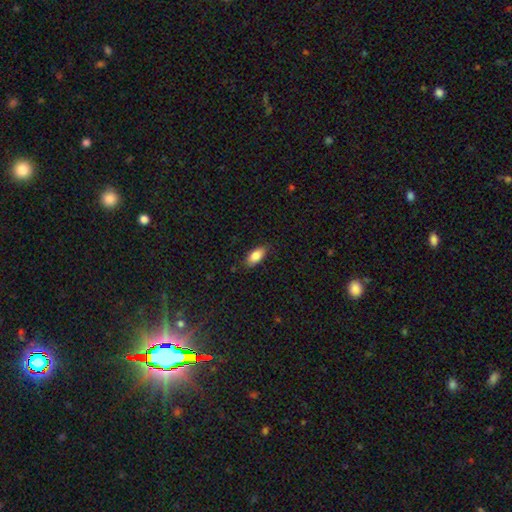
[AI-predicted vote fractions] Overall: smooth (85%). How rounded: in between (90%). Merging: none (84%).